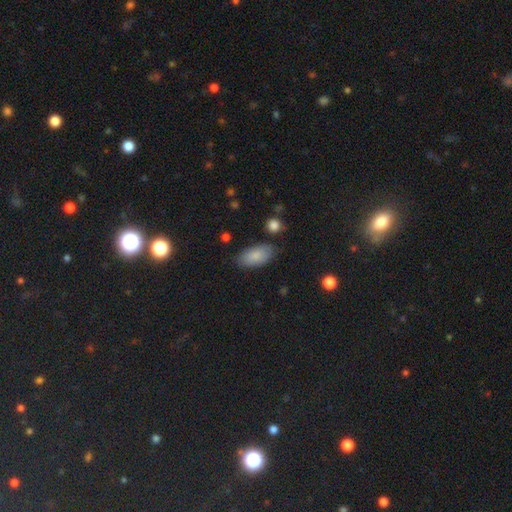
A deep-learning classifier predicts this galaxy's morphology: Q: Smooth or featured?
A: smooth (85%); runner-up: featured or disk (8%)
Q: How rounded?
A: in between (92%); runner-up: cigar-shaped (5%)
Q: Merging?
A: none (79%); runner-up: minor disturbance (15%)